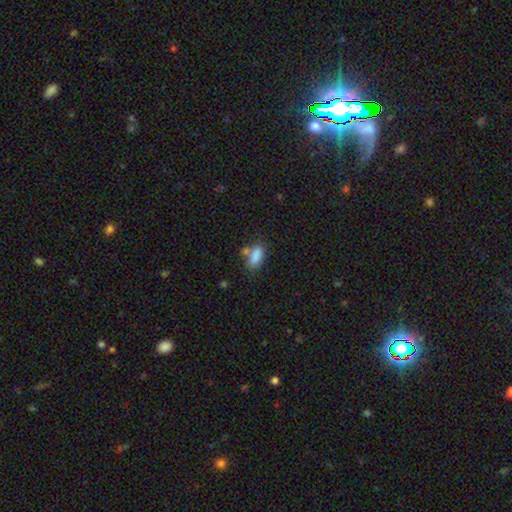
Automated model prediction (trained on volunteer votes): Morphology: type=smooth (84%); roundness=in between (81%); merging=none (55%).